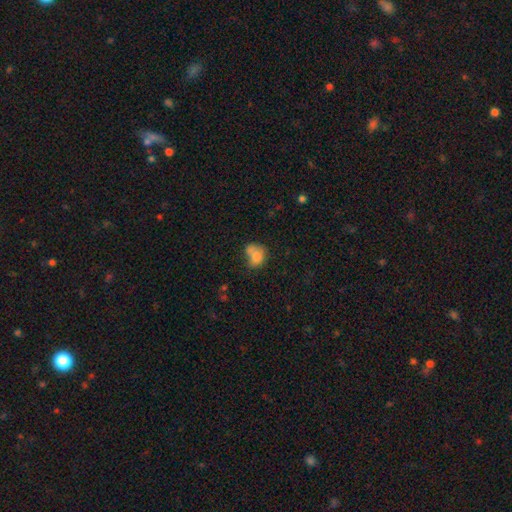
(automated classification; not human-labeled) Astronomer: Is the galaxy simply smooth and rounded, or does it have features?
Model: smooth — 76%.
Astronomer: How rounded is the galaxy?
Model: round — 50% (runner-up: in between, 48%).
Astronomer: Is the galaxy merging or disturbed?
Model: merger — 39% (runner-up: none, 31%).